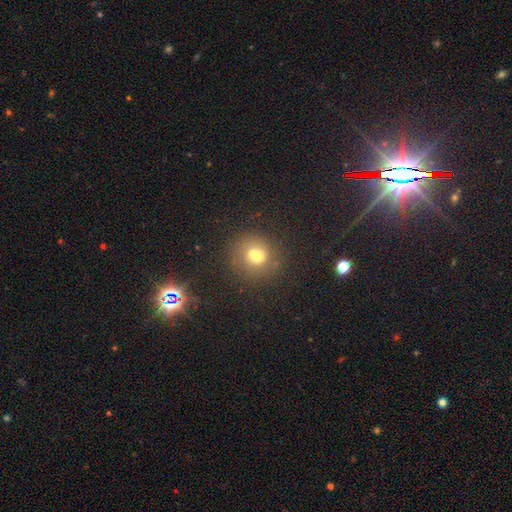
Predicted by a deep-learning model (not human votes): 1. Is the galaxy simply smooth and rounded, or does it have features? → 61% smooth, 23% featured or disk, 16% star or artifact.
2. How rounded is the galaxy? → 79% round, 20% in between, 1% cigar-shaped.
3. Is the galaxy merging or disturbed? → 45% none, 39% merger, 10% minor disturbance, 5% major disturbance.